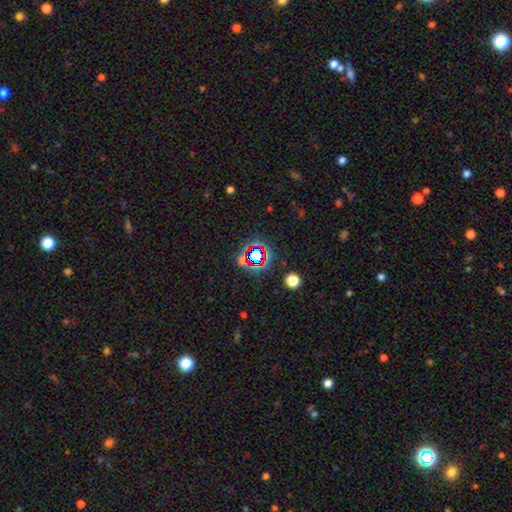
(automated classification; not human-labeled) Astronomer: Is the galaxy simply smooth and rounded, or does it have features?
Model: star or artifact — 70%.